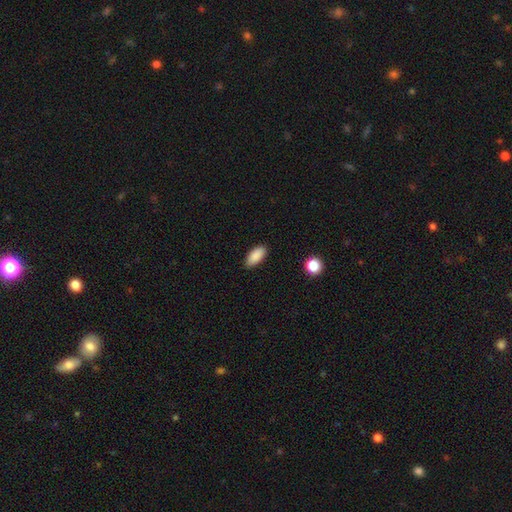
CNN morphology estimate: A smooth galaxy with no disk features (89%) that is in between round and cigar-shaped (90%).

Vote fractions:
- Smooth or featured? smooth: 89% / star or artifact: 7% / featured or disk: 4%
- How rounded? in between: 90% / cigar-shaped: 8% / round: 2%
- Merging? none: 87% / minor disturbance: 10% / major disturbance: 2% / merger: 1%